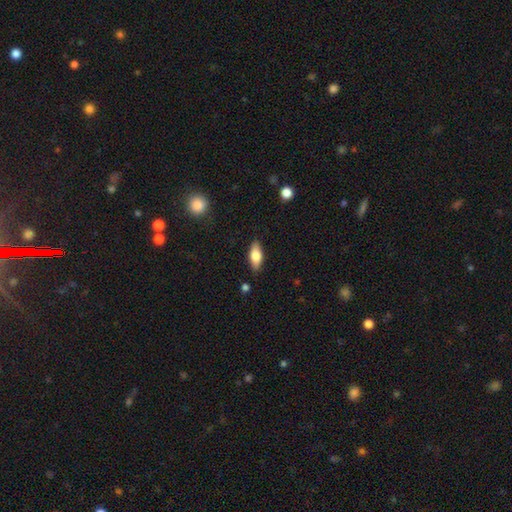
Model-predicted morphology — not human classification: smooth-or-featured: smooth: 69% | featured or disk: 24% | star or artifact: 7%
  how-rounded: in between: 79% | cigar-shaped: 18% | round: 3%
  merging: none: 85% | minor disturbance: 11% | major disturbance: 2% | merger: 2%